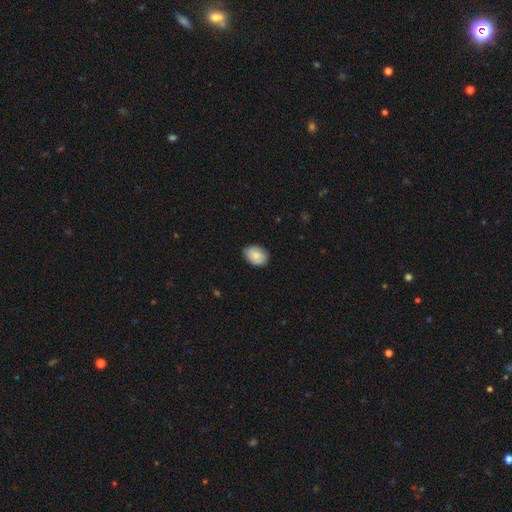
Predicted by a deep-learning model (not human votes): smooth 83%, featured or disk 11%, star or artifact 7%. Down the decision tree: how rounded — in between (76%); merging — none (81%).